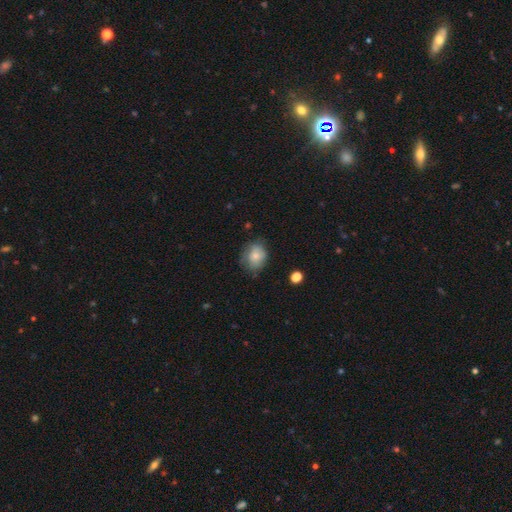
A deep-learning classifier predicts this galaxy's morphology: The model was most divided on "how rounded": round: 57%, in between: 42%, cigar-shaped: 1%. More confident: smooth or featured — smooth (75%); merging — none (65%).